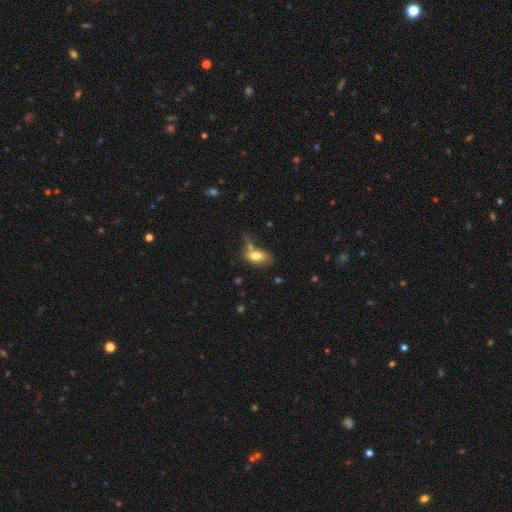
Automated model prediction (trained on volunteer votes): Overall: smooth (75%). How rounded: in between (86%). Merging: none (38%; merger 27%).